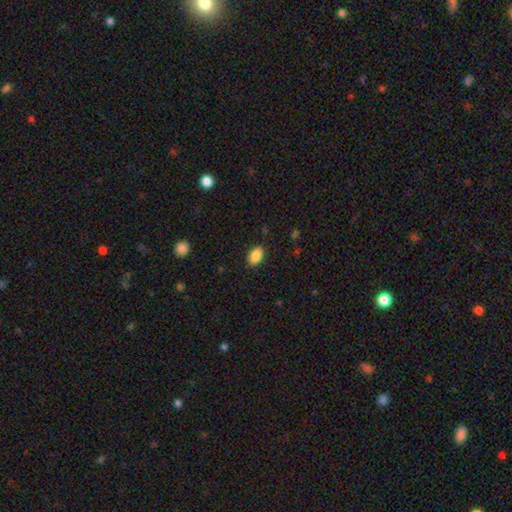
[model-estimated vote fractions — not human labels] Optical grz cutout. It shows a smooth galaxy with no disk features (88%) that is in between round and cigar-shaped (84%). Merging: none (88%).